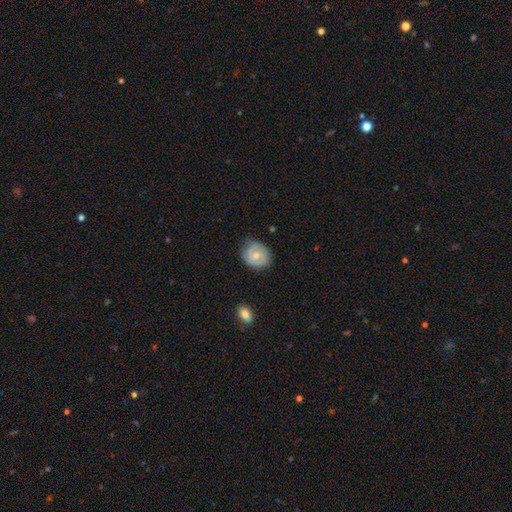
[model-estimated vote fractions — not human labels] This appears to be a featured or disk galaxy (61%) with no bar (57%), spiral arms (82%) and a moderate central bulge (56%). Merging: none (74%).